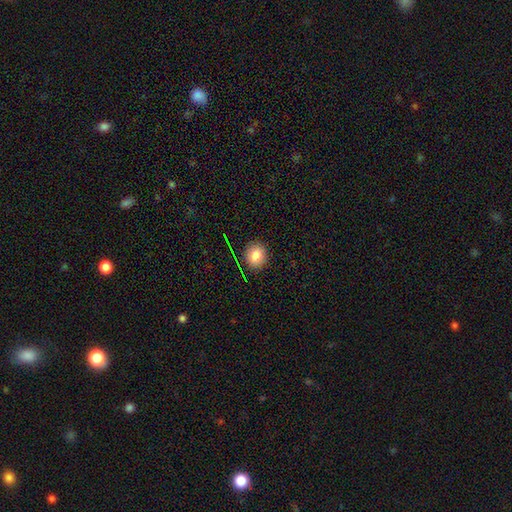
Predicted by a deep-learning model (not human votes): smooth 81%, star or artifact 11%, featured or disk 8%. Down the decision tree: how rounded — round (73%); merging — none (88%).